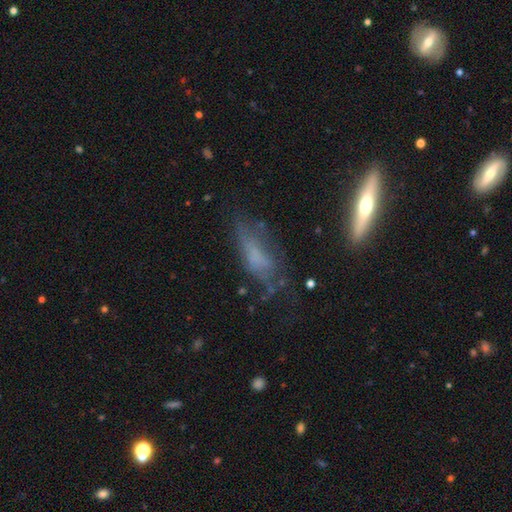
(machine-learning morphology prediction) smooth-or-featured: featured or disk: 47% | smooth: 40% | star or artifact: 14%
  merging: none: 52% | minor disturbance: 27% | major disturbance: 18% | merger: 3%